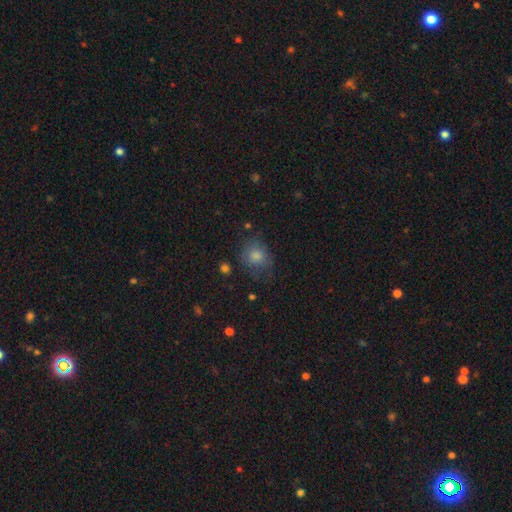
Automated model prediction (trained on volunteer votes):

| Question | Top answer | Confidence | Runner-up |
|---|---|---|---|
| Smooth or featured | smooth | 75% | star or artifact (14%) |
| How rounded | round | 71% | in between (28%) |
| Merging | none | 68% | minor disturbance (22%) |